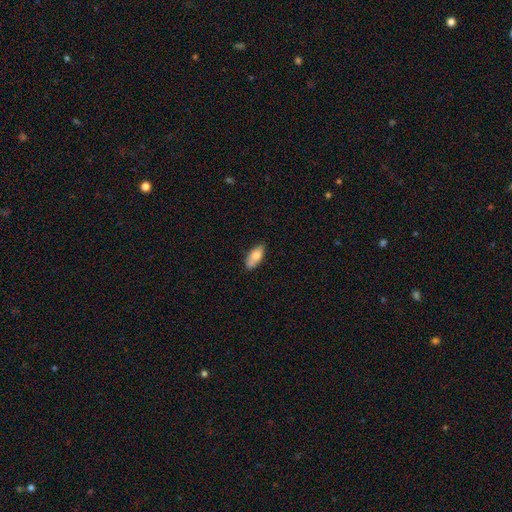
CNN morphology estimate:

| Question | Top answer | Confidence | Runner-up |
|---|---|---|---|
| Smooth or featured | smooth | 77% | featured or disk (17%) |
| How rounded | in between | 86% | cigar-shaped (12%) |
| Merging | none | 76% | minor disturbance (19%) |